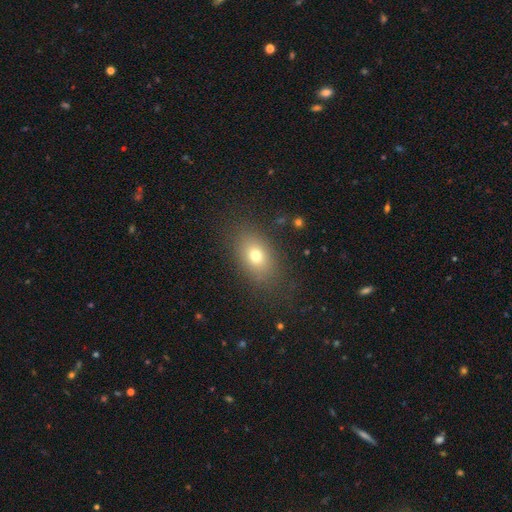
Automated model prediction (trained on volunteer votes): Smooth or featured?
  - smooth: 72% *
  - featured or disk: 15%
  - star or artifact: 13%
How rounded?
  - in between: 78% *
  - round: 20%
  - cigar-shaped: 2%
Merging?
  - none: 81% *
  - minor disturbance: 11%
  - major disturbance: 6%
  - merger: 1%